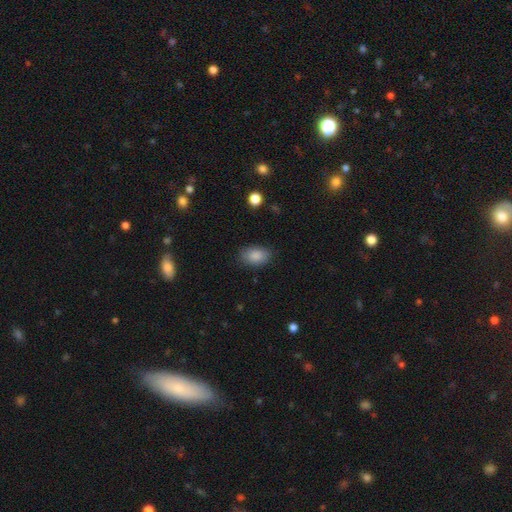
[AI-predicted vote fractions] Smooth or featured?
  - smooth: 87% *
  - star or artifact: 8%
  - featured or disk: 5%
How rounded?
  - in between: 88% *
  - round: 11%
  - cigar-shaped: 1%
Merging?
  - none: 84% *
  - minor disturbance: 12%
  - major disturbance: 3%
  - merger: 1%